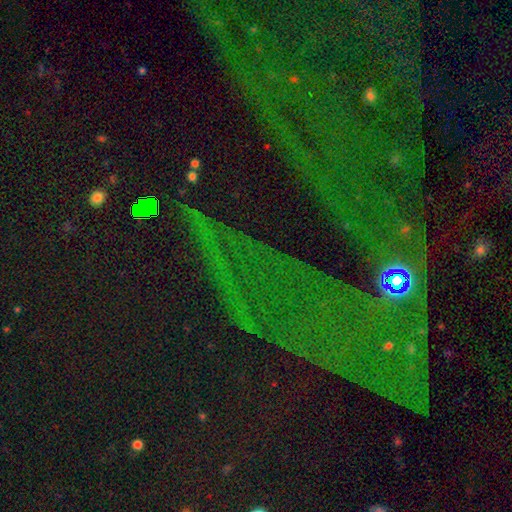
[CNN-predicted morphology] star or artifact 80%, featured or disk 10%, smooth 10%.